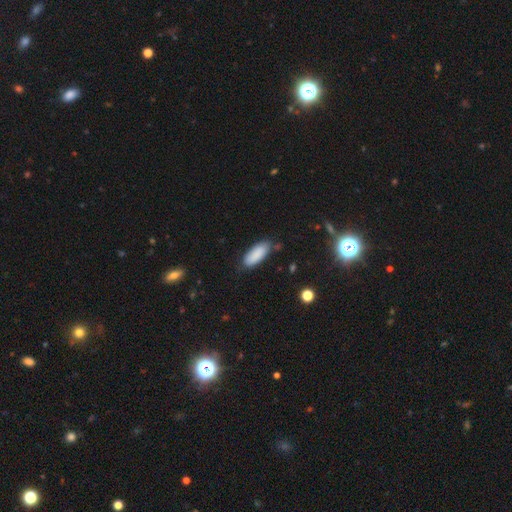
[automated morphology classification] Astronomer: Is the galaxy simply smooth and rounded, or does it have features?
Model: smooth — 88%.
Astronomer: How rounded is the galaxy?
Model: in between — 78%.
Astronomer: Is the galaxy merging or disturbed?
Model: none — 79%.